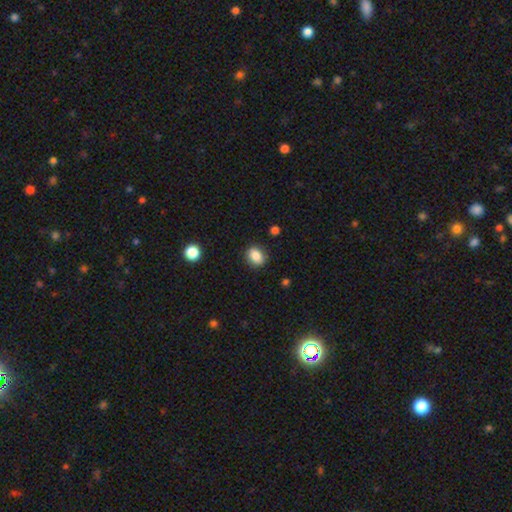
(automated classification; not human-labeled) Smooth or featured: smooth — 85% (star or artifact — 9%)
How rounded: in between — 57% (round — 42%)
Merging: none — 86% (minor disturbance — 10%)